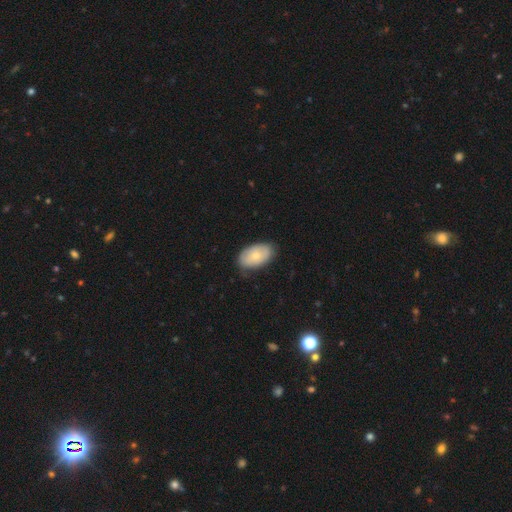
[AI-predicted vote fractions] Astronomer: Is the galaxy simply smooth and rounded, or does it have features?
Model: smooth — 69%.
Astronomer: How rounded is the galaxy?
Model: in between — 93%.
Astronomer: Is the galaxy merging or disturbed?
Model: none — 75%.